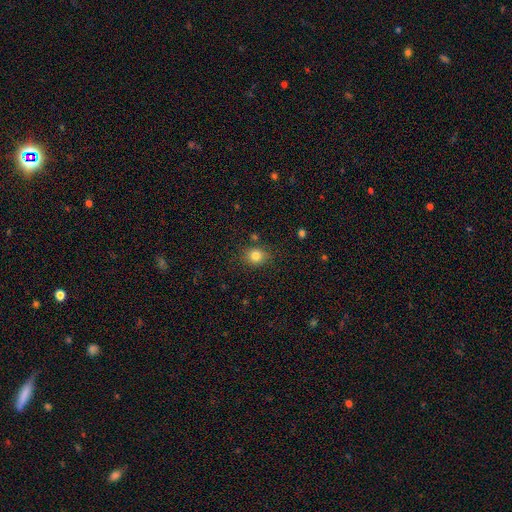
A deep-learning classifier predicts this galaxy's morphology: Overall: smooth (82%). How rounded: round (72%). Merging: none (82%).